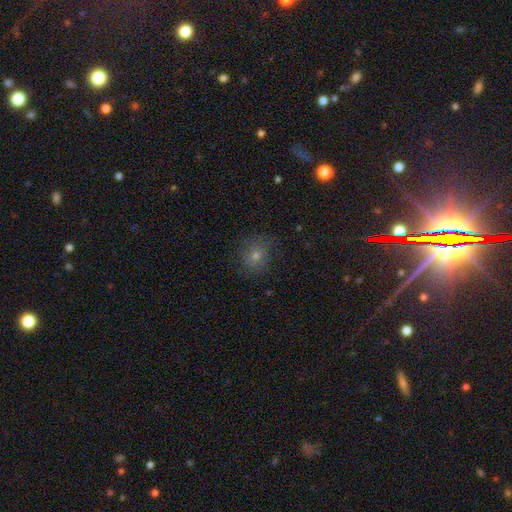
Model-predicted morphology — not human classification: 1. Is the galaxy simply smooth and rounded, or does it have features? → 54% smooth, 28% star or artifact, 18% featured or disk.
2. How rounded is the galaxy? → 81% round, 18% in between, 1% cigar-shaped.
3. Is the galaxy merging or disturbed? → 76% none, 16% minor disturbance, 7% major disturbance, 1% merger.